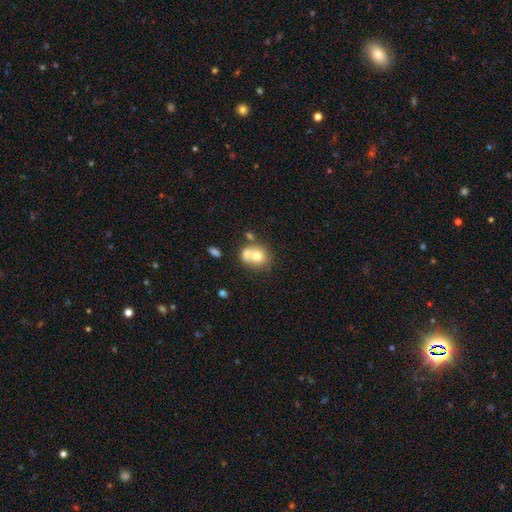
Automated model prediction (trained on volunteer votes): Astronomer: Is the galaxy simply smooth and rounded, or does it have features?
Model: smooth — 69%.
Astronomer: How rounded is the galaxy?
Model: round — 67%.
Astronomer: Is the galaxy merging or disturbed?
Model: merger — 50% (runner-up: none, 33%).